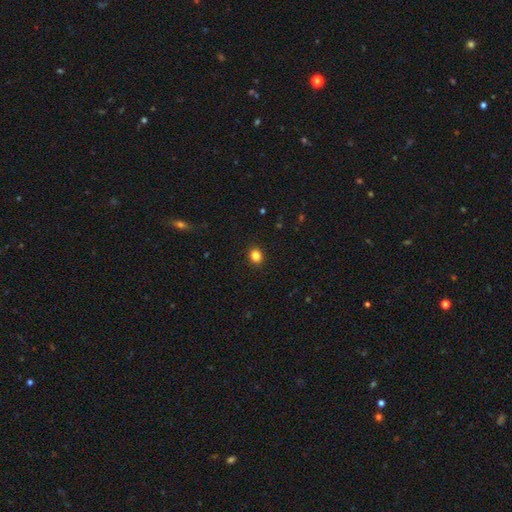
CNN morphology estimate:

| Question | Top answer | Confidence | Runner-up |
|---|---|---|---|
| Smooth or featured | smooth | 85% | star or artifact (11%) |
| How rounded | round | 70% | in between (29%) |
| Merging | none | 91% | minor disturbance (6%) |